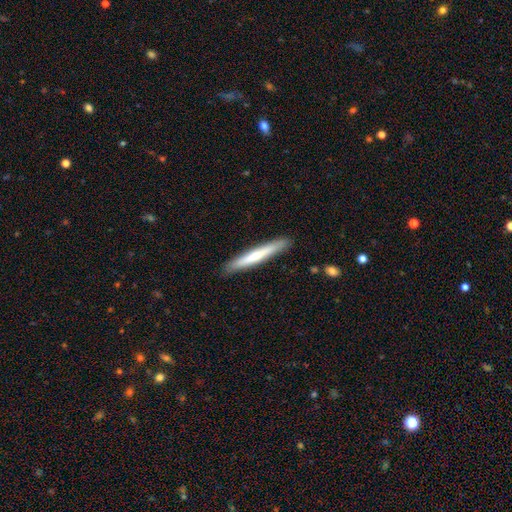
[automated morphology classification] type=smooth (53%); roundness=cigar-shaped (96%); merging=none (90%).